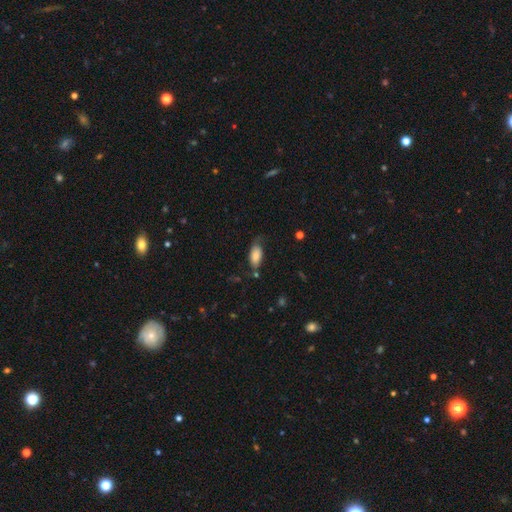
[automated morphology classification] A smooth galaxy with no disk features (76%) that is in between round and cigar-shaped (89%).

Vote fractions:
- Smooth or featured? smooth: 76% / featured or disk: 16% / star or artifact: 7%
- How rounded? in between: 89% / cigar-shaped: 8% / round: 3%
- Merging? none: 54% / minor disturbance: 30% / major disturbance: 12% / merger: 4%